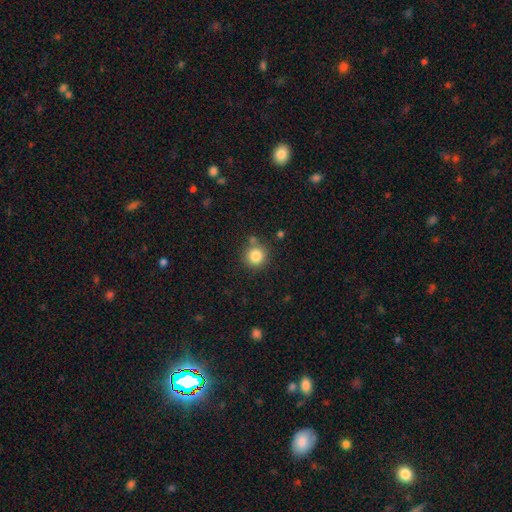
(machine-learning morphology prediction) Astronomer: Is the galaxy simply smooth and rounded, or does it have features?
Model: smooth — 83%.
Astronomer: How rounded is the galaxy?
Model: round — 93%.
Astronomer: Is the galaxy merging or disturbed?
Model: none — 78%.